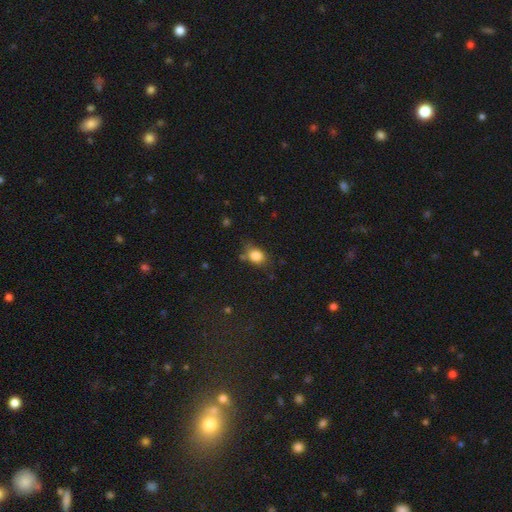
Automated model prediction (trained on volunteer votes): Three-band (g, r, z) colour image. It shows a smooth galaxy with no disk features (84%) that is in between round and cigar-shaped (61%). Merging: none (65%).